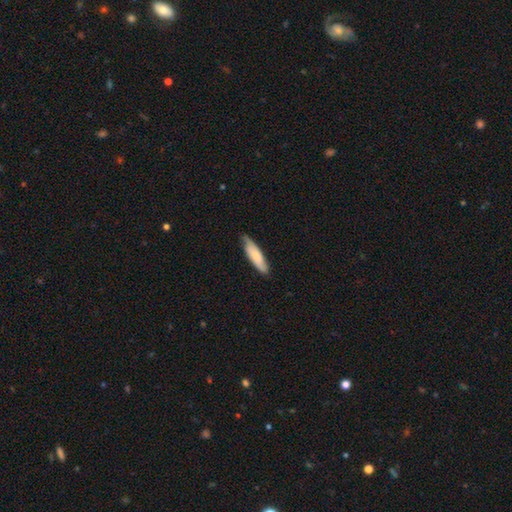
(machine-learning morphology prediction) A smooth galaxy with no disk features (76%) that is cigar-shaped (67%).

Vote fractions:
- Smooth or featured? smooth: 76% / featured or disk: 19% / star or artifact: 5%
- How rounded? cigar-shaped: 67% / in between: 32% / round: 1%
- Merging? none: 77% / minor disturbance: 20% / major disturbance: 2% / merger: 1%